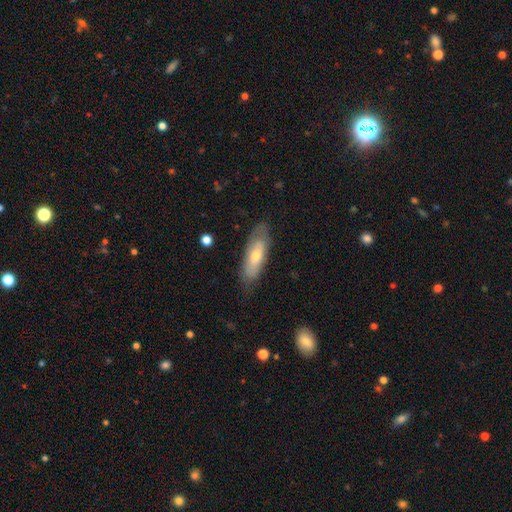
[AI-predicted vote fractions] A smooth galaxy with no disk features (56%) that is in between round and cigar-shaped (55%). Merging: none (75%).